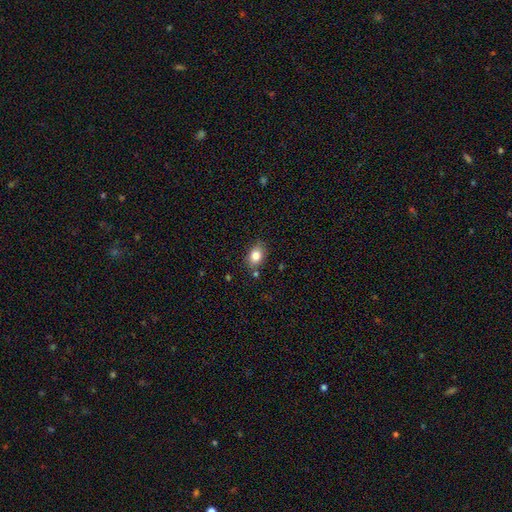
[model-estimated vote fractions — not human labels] smooth 82%, star or artifact 9%, featured or disk 8%. Down the decision tree: how rounded — in between (74%); merging — none (80%).